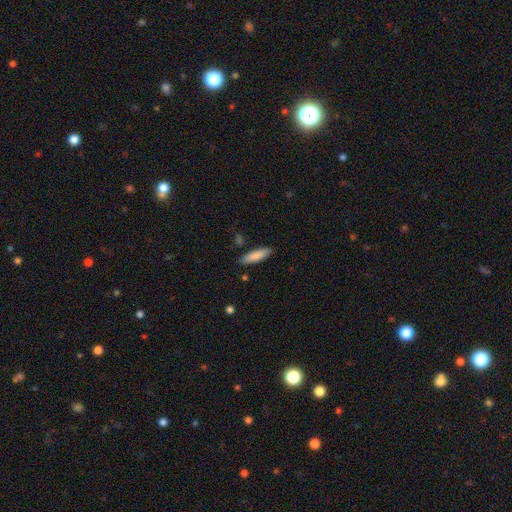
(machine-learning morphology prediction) Smooth or featured? smooth (84%)
How rounded? cigar-shaped (66%)
Merging? none (85%)